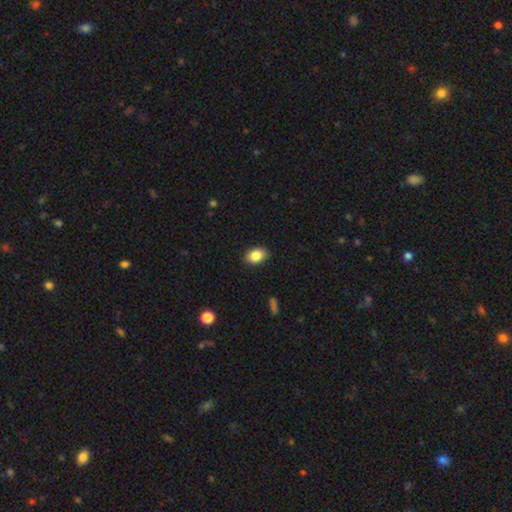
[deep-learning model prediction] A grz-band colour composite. It shows a smooth galaxy with no disk features (86%) that is in between round and cigar-shaped (85%). Merging: none (89%).